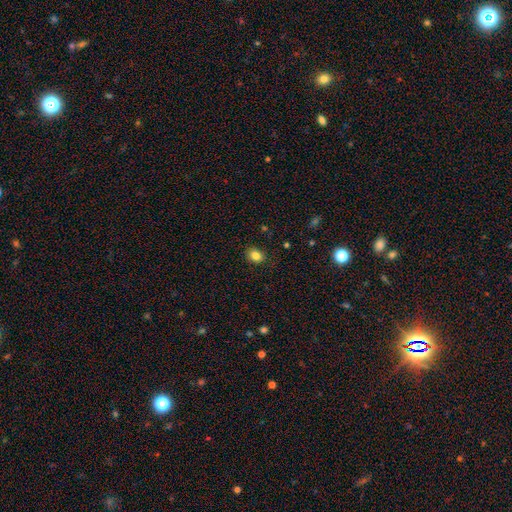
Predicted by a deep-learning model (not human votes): A smooth galaxy with no disk features (84%) that is in between round and cigar-shaped (55%). Merging: none (85%).